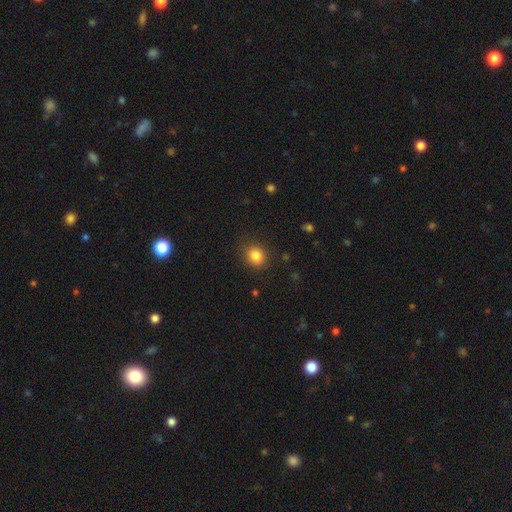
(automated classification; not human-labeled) Smooth or featured? smooth (84%)
How rounded? round (69%)
Merging? none (85%)